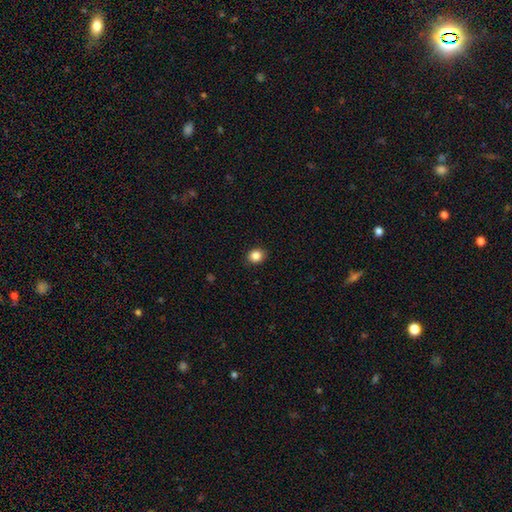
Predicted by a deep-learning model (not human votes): Overall: smooth (86%). How rounded: round (67%; in between 32%). Merging: none (89%).